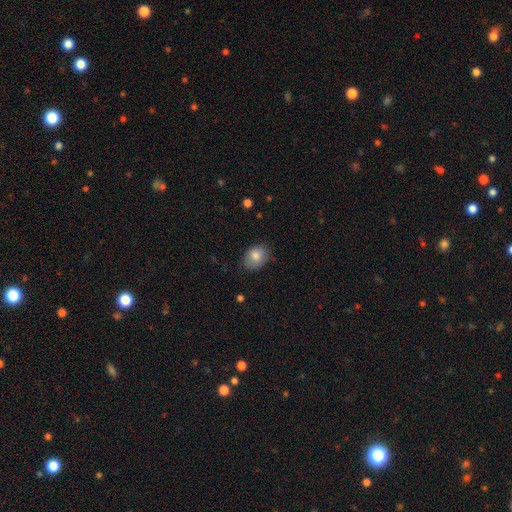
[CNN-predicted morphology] smooth_or_featured: smooth (p=0.83) [alt: featured or disk p=0.09]
how_rounded: in between (p=0.70) [alt: round p=0.29]
merging: none (p=0.78) [alt: minor disturbance p=0.17]